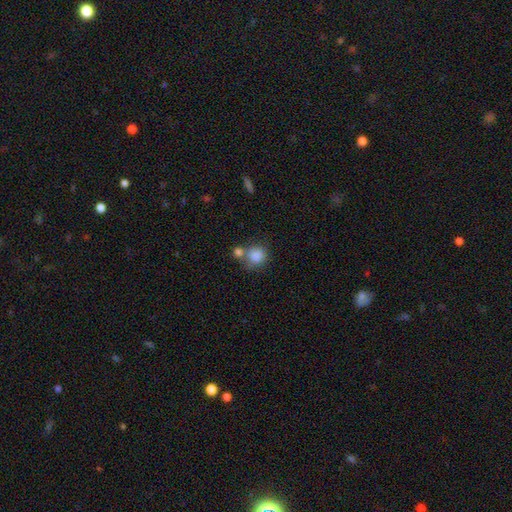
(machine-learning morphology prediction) Q: Smooth or featured?
A: smooth (84%); runner-up: star or artifact (10%)
Q: How rounded?
A: round (86%); runner-up: in between (13%)
Q: Merging?
A: none (51%); runner-up: merger (32%)